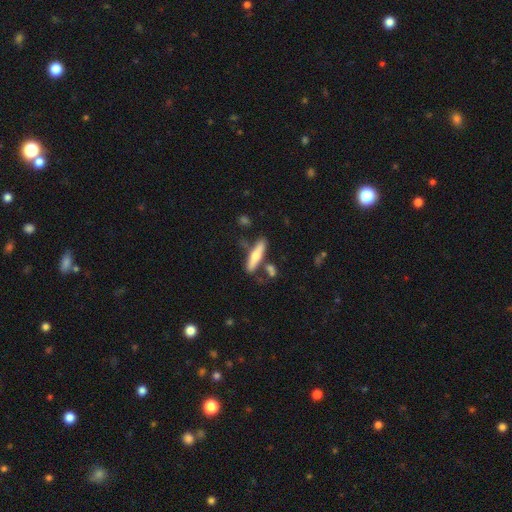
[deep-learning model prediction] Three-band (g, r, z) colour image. It shows a smooth galaxy with no disk features (52%) that is cigar-shaped (80%). Merging: none (71%).